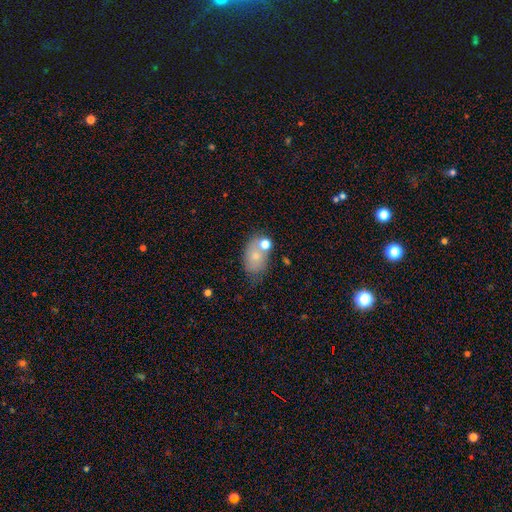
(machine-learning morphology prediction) Smooth or featured? smooth (69%)
How rounded? in between (82%)
Merging? none (50%)